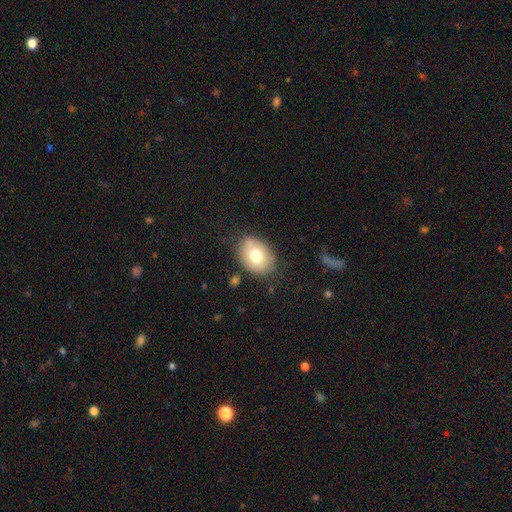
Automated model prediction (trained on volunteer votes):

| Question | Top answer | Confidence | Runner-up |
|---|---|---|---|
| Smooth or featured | smooth | 72% | featured or disk (19%) |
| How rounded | in between | 70% | round (29%) |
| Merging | none | 77% | minor disturbance (16%) |